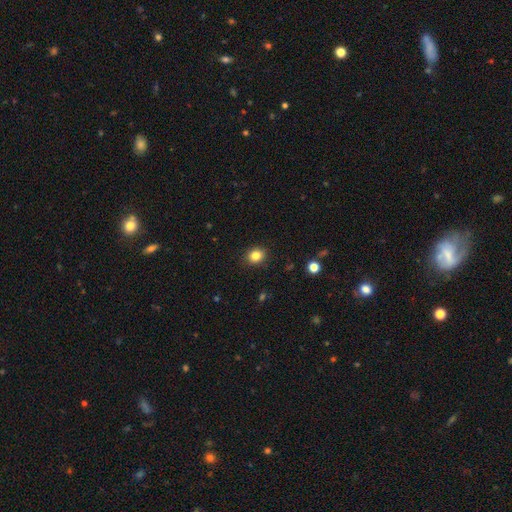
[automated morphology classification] A smooth galaxy with no disk features (84%) that is round (69%). Merging: none (90%).